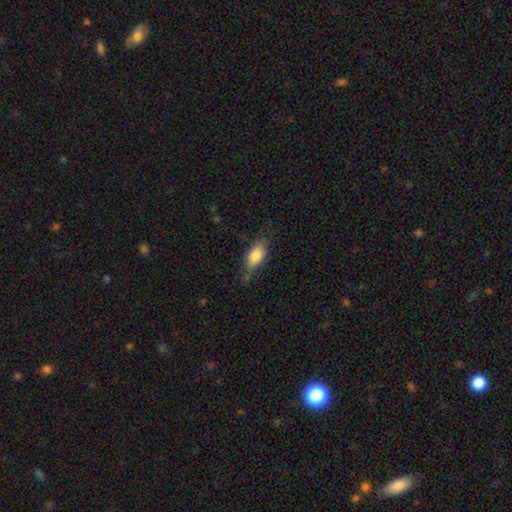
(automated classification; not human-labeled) This is likely a smooth galaxy (78%). How rounded: clearly in between (84%). Merging: likely none (70%).